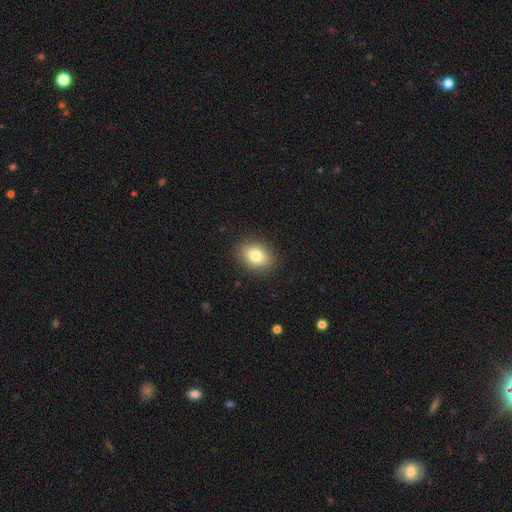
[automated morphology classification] A smooth galaxy with no disk features (81%) that is in between round and cigar-shaped (65%).

Vote fractions:
- Smooth or featured? smooth: 81% / star or artifact: 9% / featured or disk: 9%
- How rounded? in between: 65% / round: 34% / cigar-shaped: 1%
- Merging? none: 88% / minor disturbance: 8% / major disturbance: 2% / merger: 1%